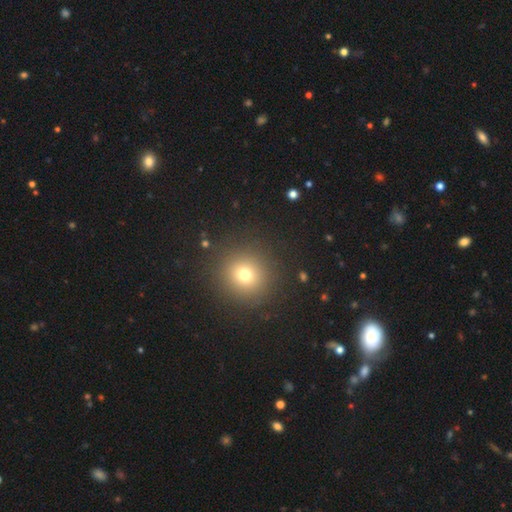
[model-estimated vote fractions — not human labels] Morphology: type=smooth (60%); roundness=round (93%); merging=none (91%).